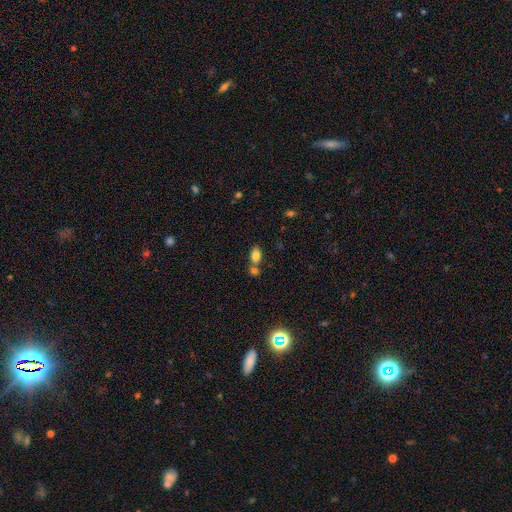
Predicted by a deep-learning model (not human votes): smooth 81%, featured or disk 10%, star or artifact 9%. Down the decision tree: how rounded — in between (88%); merging — none (53%).